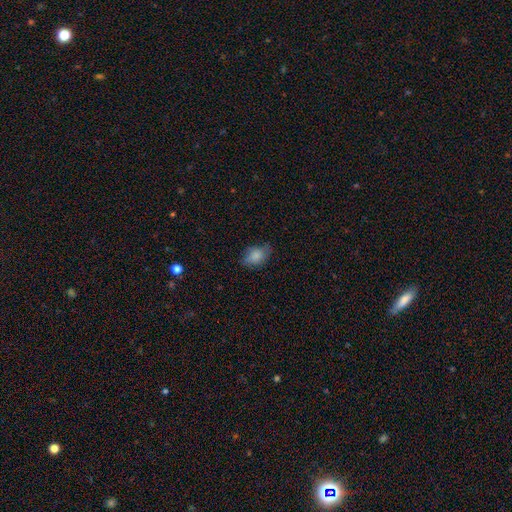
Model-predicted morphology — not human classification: type=smooth (80%); roundness=in between (84%); merging=none (64%).